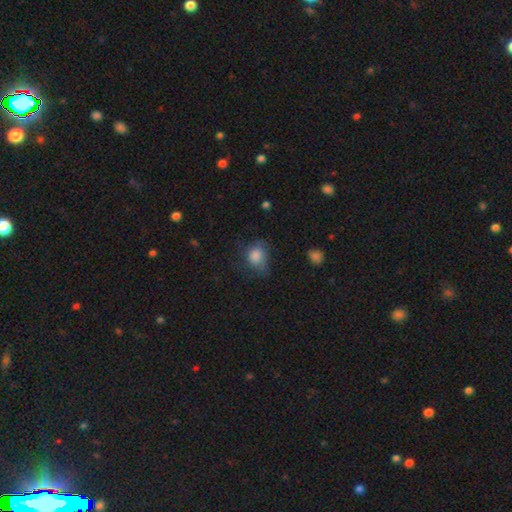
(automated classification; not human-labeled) A smooth galaxy with no disk features (75%) that is round (62%).

Vote fractions:
- Smooth or featured? smooth: 75% / featured or disk: 15% / star or artifact: 10%
- How rounded? round: 62% / in between: 37% / cigar-shaped: 1%
- Merging? none: 48% / minor disturbance: 30% / major disturbance: 20% / merger: 2%